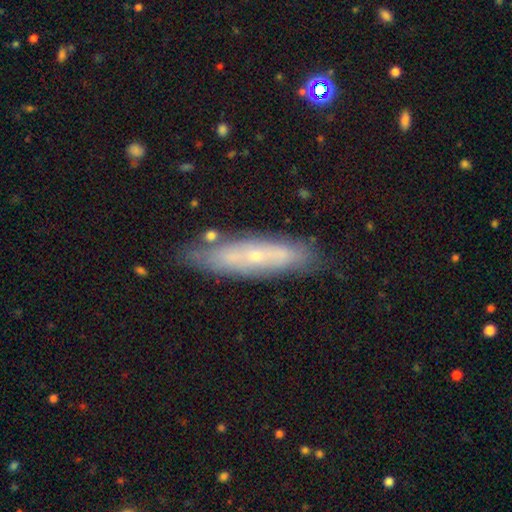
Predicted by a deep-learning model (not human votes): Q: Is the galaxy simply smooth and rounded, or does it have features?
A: featured or disk — 60%.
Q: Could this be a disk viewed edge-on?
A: no — 58%.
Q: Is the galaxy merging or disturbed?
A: none — 78%.